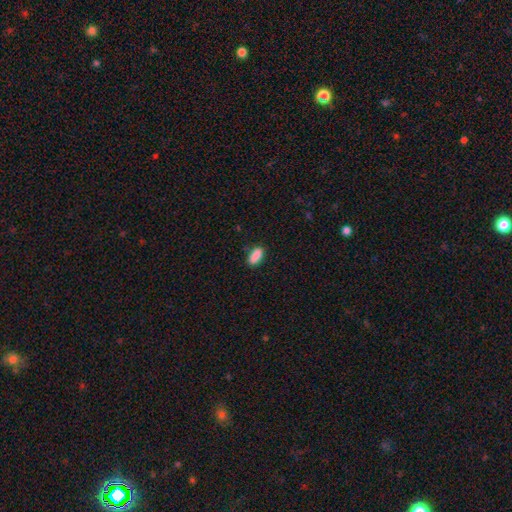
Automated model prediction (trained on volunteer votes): Q: Smooth or featured?
A: smooth (88%); runner-up: star or artifact (7%)
Q: How rounded?
A: in between (80%); runner-up: cigar-shaped (17%)
Q: Merging?
A: none (84%); runner-up: minor disturbance (12%)